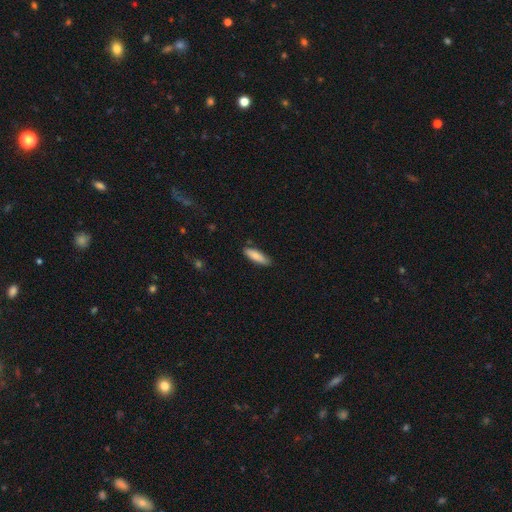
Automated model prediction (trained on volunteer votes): This is clearly a smooth galaxy (83%). How rounded: possibly cigar-shaped (58%). Merging: clearly none (85%).